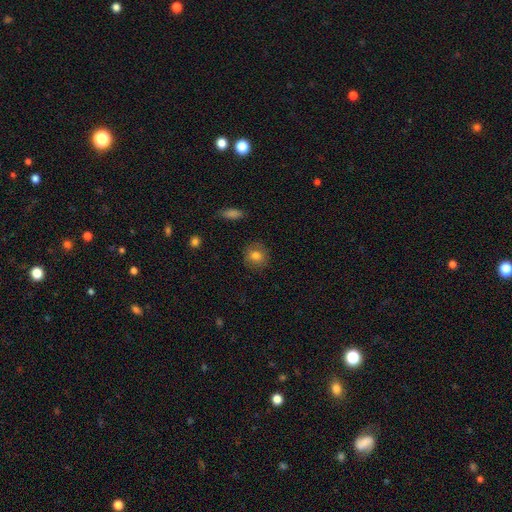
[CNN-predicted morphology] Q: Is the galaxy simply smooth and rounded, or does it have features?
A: smooth — 80%.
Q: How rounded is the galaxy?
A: round — 88%.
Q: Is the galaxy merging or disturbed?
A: none — 88%.